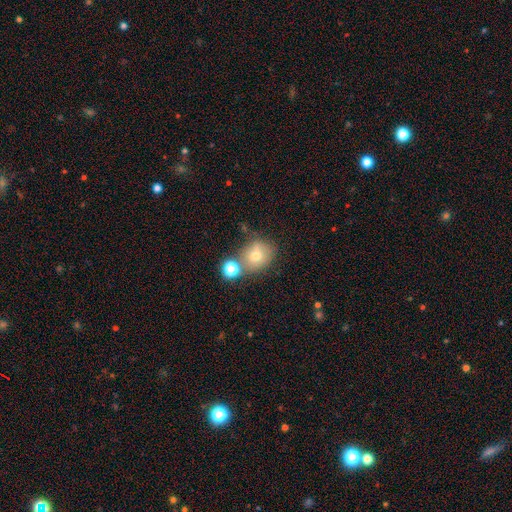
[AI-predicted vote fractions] smooth 70%, featured or disk 16%, star or artifact 13%. Down the decision tree: how rounded — round (67%); merging — none (53%).